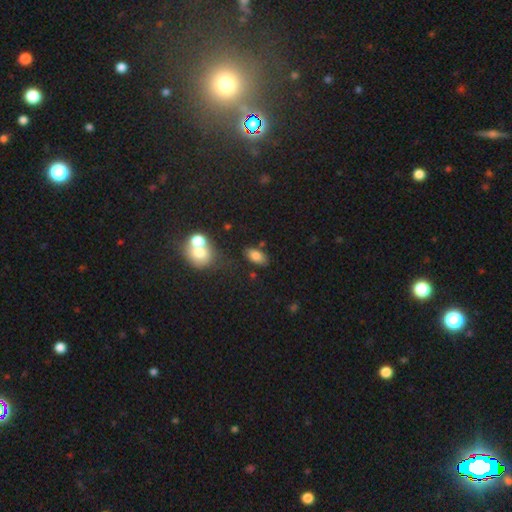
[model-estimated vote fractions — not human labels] The model was most divided on "merging": none: 74%, minor disturbance: 13%, merger: 9%, major disturbance: 4%. More confident: how rounded — in between (89%); smooth or featured — smooth (80%).